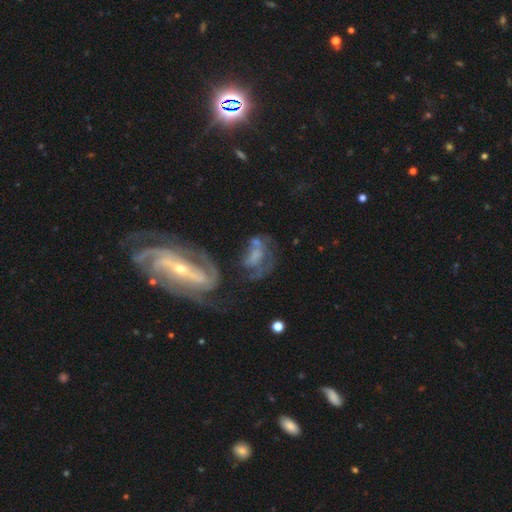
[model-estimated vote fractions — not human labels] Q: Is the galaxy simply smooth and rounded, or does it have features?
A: featured or disk — 65%.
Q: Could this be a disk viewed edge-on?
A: no — 95%.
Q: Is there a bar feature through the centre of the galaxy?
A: no — 55%.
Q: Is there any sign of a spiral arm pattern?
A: yes — 68%.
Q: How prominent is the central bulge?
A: none — 39%.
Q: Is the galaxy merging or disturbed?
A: major disturbance — 30%.